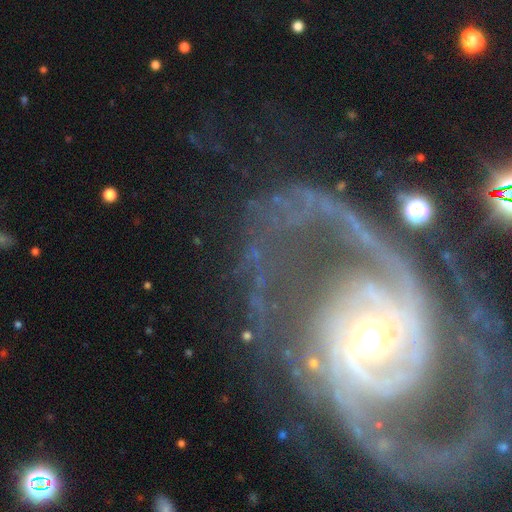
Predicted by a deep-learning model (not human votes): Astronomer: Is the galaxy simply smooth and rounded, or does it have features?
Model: featured or disk — 80%.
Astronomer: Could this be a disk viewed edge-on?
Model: no — 95%.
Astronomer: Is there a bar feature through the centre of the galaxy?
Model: no — 49% (runner-up: weak, 26%).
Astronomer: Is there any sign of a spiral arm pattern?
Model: yes — 87%.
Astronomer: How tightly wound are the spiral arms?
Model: tight — 38% (runner-up: medium, 36%).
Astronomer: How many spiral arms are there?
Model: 2 — 42% (runner-up: can't tell, 20%).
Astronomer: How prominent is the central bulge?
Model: moderate — 49% (runner-up: small, 37%).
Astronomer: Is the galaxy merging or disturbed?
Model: none — 48% (runner-up: major disturbance, 32%).